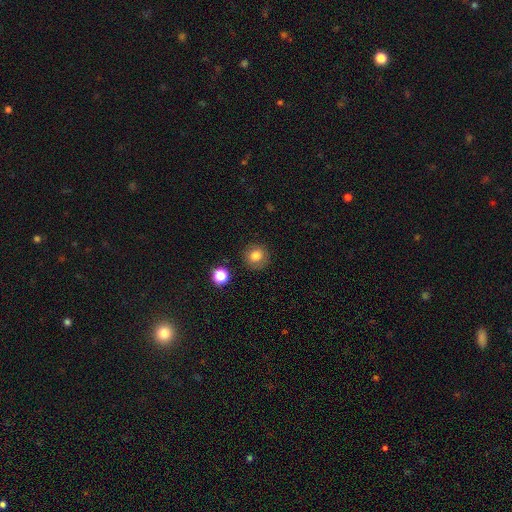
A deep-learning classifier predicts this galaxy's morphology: smooth_or_featured: smooth (p=0.80) [alt: star or artifact p=0.12]
how_rounded: round (p=0.90) [alt: in between p=0.09]
merging: none (p=0.87) [alt: minor disturbance p=0.08]